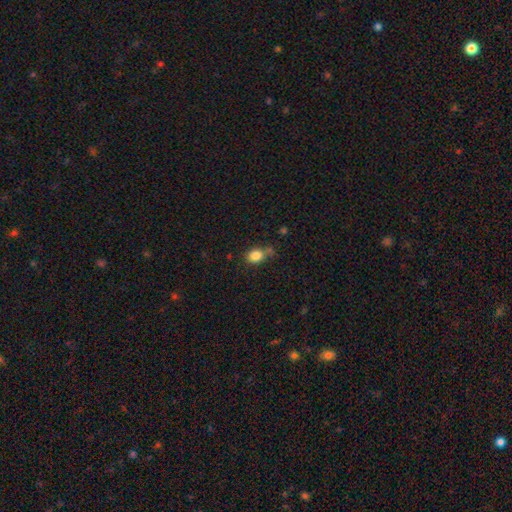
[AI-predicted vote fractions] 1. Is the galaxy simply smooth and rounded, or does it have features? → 84% smooth, 10% star or artifact, 6% featured or disk.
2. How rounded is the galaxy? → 57% in between, 42% round, 1% cigar-shaped.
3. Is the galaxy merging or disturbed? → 59% none, 24% minor disturbance, 10% merger, 7% major disturbance.